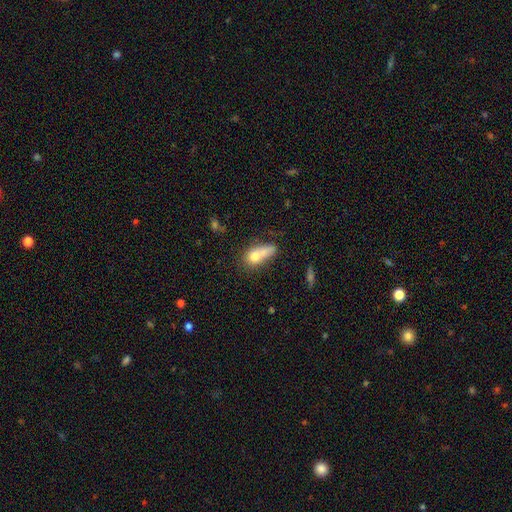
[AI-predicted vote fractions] Smooth or featured? Predicted: smooth (p=0.69). How rounded? Predicted: in between (p=0.60). Merging? Predicted: merger (p=0.49).